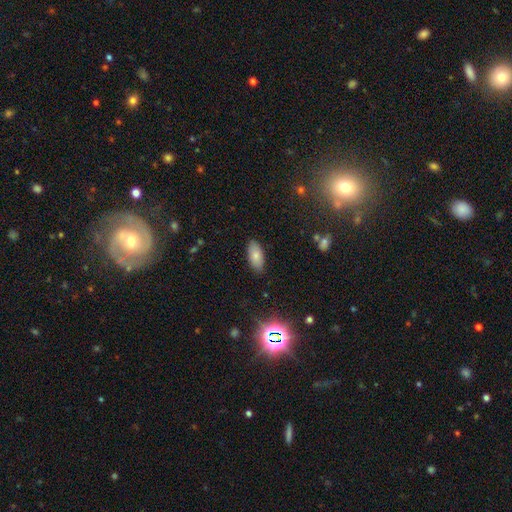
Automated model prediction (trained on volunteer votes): A smooth galaxy with no disk features (80%) that is in between round and cigar-shaped (90%). Merging: none (87%).